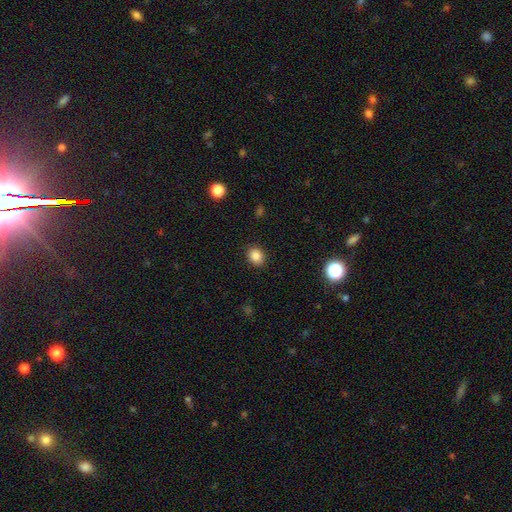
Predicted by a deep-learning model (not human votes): Smooth or featured: smooth — 86% (star or artifact — 10%)
How rounded: round — 63% (in between — 36%)
Merging: none — 90% (minor disturbance — 7%)